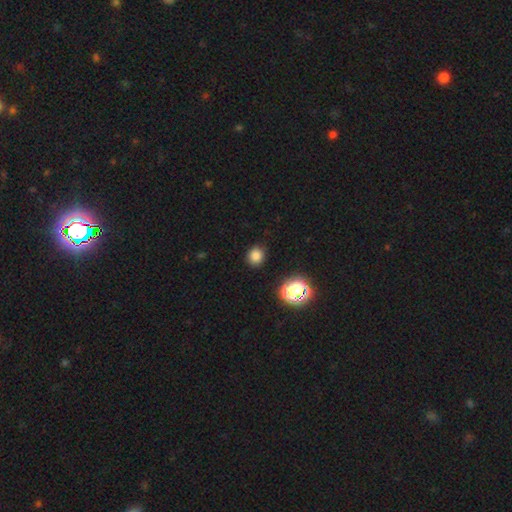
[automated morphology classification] This appears to be a smooth galaxy with no disk features (78%) that is round (78%). Merging: none (88%).